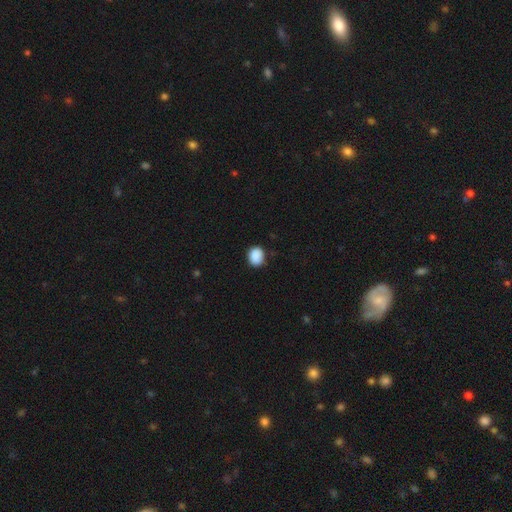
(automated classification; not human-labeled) Morphology: type=smooth (89%); roundness=round (55%); merging=none (82%).